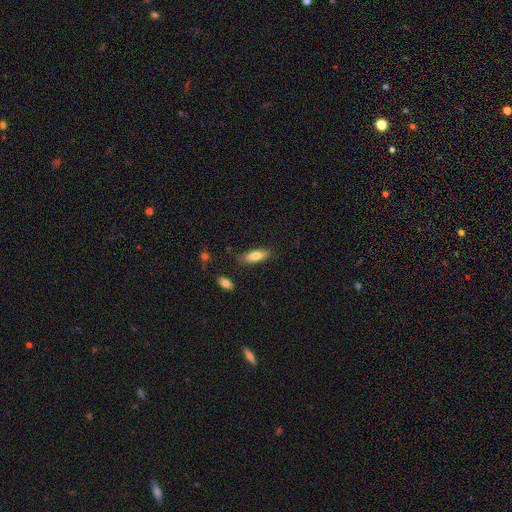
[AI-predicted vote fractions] smooth-or-featured: smooth: 78% | featured or disk: 16% | star or artifact: 7%
  how-rounded: in between: 61% | cigar-shaped: 37% | round: 2%
  merging: none: 82% | minor disturbance: 13% | major disturbance: 3% | merger: 2%